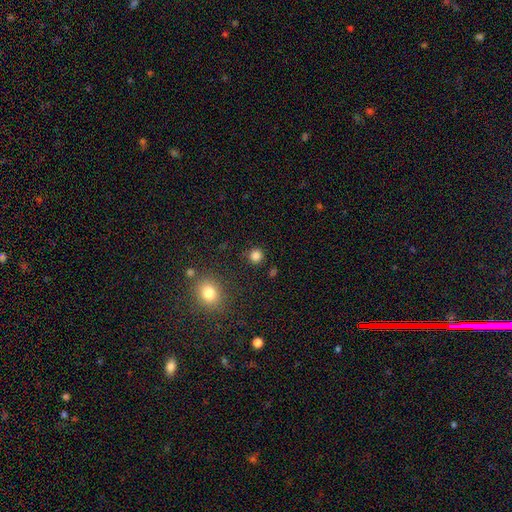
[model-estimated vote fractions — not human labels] The model was most divided on "smooth or featured": smooth: 82%, star or artifact: 14%, featured or disk: 4%. More confident: how rounded — round (92%); merging — none (88%).